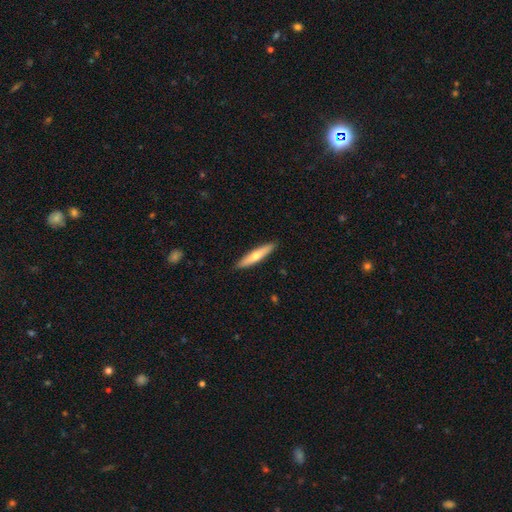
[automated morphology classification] Q: Smooth or featured?
A: smooth (56%); runner-up: featured or disk (39%)
Q: How rounded?
A: cigar-shaped (86%); runner-up: in between (12%)
Q: Merging?
A: none (90%); runner-up: minor disturbance (7%)